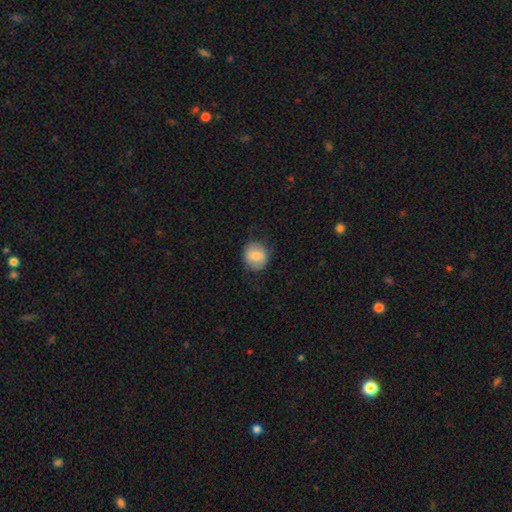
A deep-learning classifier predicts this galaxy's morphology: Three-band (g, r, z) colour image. It shows a smooth galaxy with no disk features (79%) that is round (82%). Merging: none (80%).